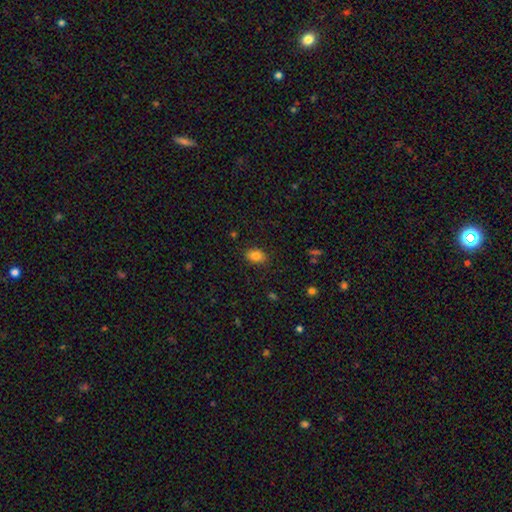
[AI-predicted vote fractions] smooth-or-featured: smooth: 83% | star or artifact: 10% | featured or disk: 7%
  how-rounded: in between: 82% | round: 17% | cigar-shaped: 1%
  merging: none: 86% | minor disturbance: 10% | major disturbance: 3% | merger: 1%